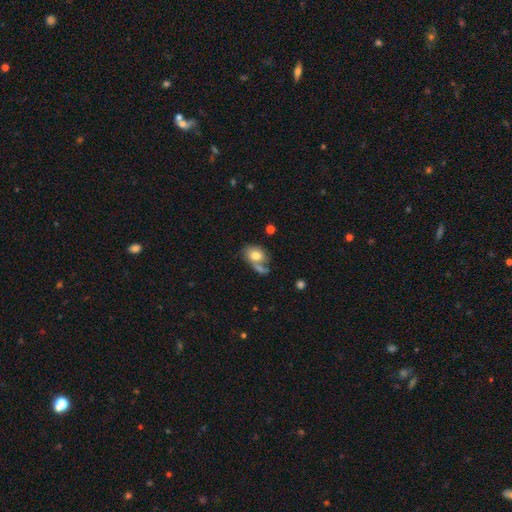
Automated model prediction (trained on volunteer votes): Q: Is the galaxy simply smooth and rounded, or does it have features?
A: smooth — 76%.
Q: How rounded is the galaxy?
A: in between — 69%.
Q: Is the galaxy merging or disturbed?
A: none — 40%.